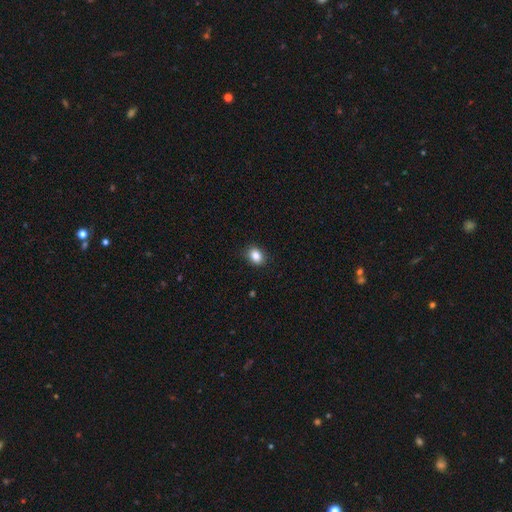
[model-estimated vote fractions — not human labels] Smooth or featured? Predicted: smooth (p=0.85). How rounded? Predicted: in between (p=0.56). Merging? Predicted: none (p=0.88).